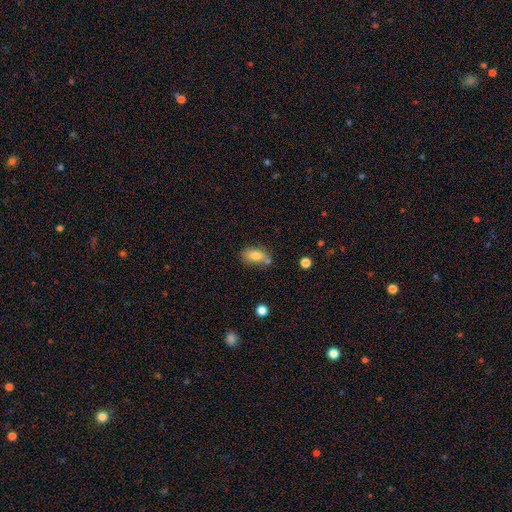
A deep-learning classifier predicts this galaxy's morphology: A smooth galaxy with no disk features (78%) that is in between round and cigar-shaped (85%). Merging: none (57%).